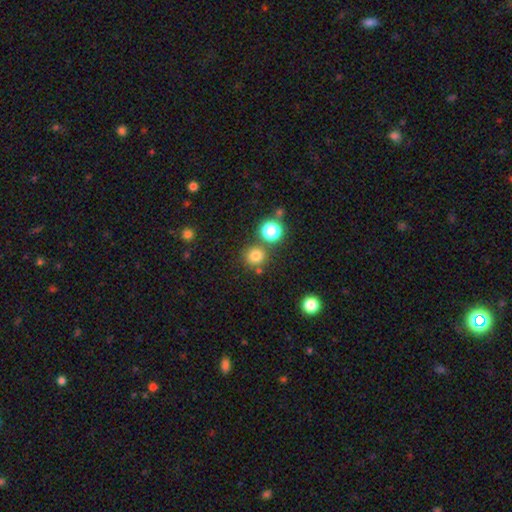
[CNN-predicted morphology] smooth-or-featured: smooth: 77% | star or artifact: 17% | featured or disk: 6%
  how-rounded: round: 92% | in between: 7% | cigar-shaped: 1%
  merging: none: 78% | merger: 11% | minor disturbance: 8% | major disturbance: 3%